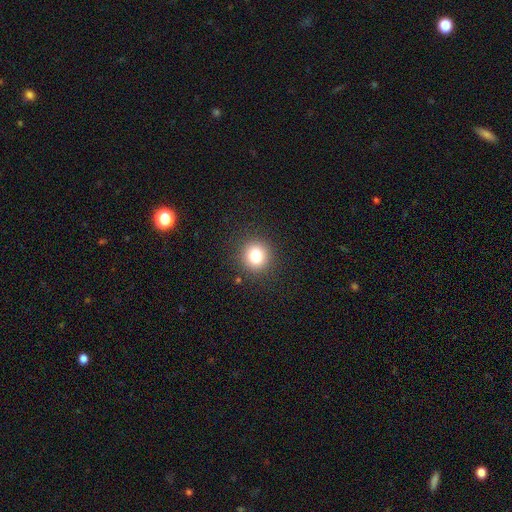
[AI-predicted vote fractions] This is clearly a smooth galaxy (80%). How rounded: clearly round (88%). Merging: clearly none (90%).